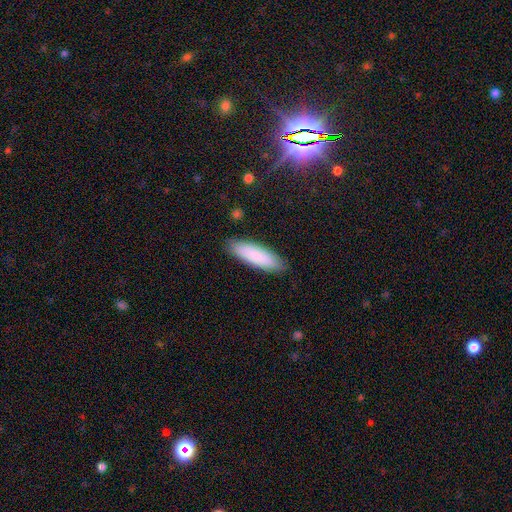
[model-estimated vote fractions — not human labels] This is clearly a smooth galaxy (85%). How rounded: possibly cigar-shaped (52%). Merging: clearly none (88%).